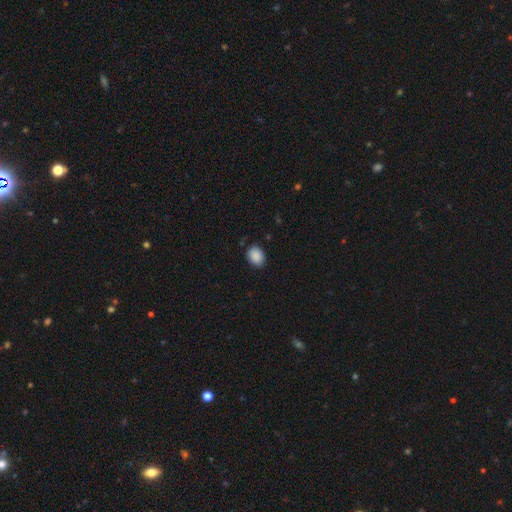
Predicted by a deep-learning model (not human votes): A smooth galaxy with no disk features (89%) that is in between round and cigar-shaped (58%).

Vote fractions:
- Smooth or featured? smooth: 89% / star or artifact: 8% / featured or disk: 3%
- How rounded? in between: 58% / round: 41% / cigar-shaped: 1%
- Merging? none: 83% / minor disturbance: 13% / major disturbance: 3% / merger: 1%